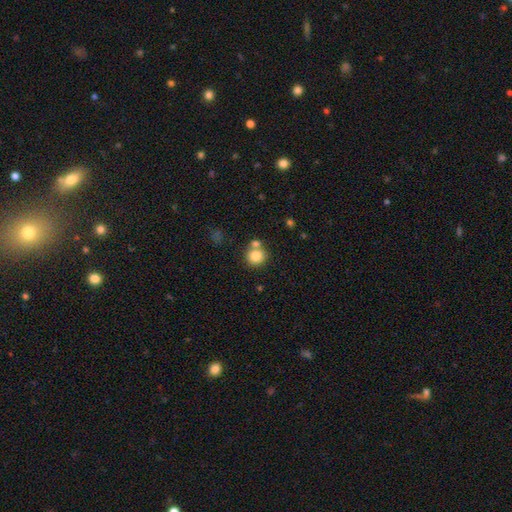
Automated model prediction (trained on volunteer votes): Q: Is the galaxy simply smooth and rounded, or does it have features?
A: smooth — 82%.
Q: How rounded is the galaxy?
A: round — 88%.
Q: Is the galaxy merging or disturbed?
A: none — 60%.